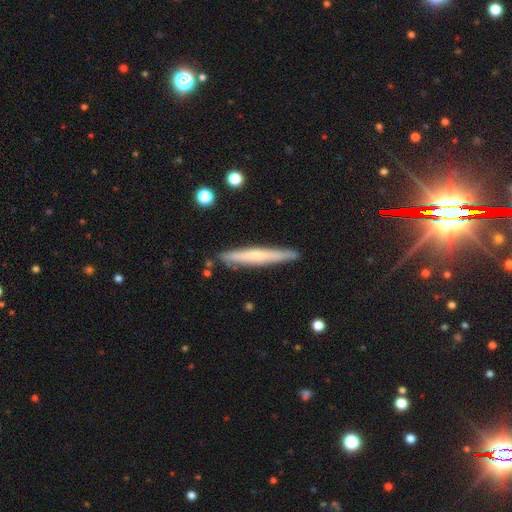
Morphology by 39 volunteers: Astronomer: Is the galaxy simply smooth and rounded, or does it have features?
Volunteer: smooth — 49% (runner-up: featured or disk, 46%).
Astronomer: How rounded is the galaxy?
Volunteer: cigar-shaped — 95%.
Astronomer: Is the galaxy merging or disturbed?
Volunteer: none — 81%.